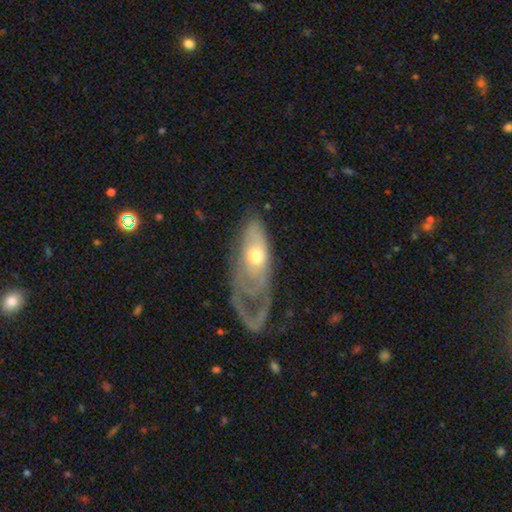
Q: Smooth or featured?
A: featured or disk (68%); runner-up: smooth (26%)
Q: Edge-on disk?
A: no (81%); runner-up: yes (19%)
Q: Bar?
A: no (81%); runner-up: strong (10%)
Q: Spiral arms?
A: yes (52%); runner-up: no (48%)
Q: Spiral winding?
A: tight (45%); runner-up: medium (36%)
Q: Spiral arm count?
A: 2 (45%); runner-up: can't tell (27%)
Q: Bulge size?
A: moderate (81%); runner-up: small (19%)
Q: Merging?
A: major disturbance (69%); runner-up: none (19%)